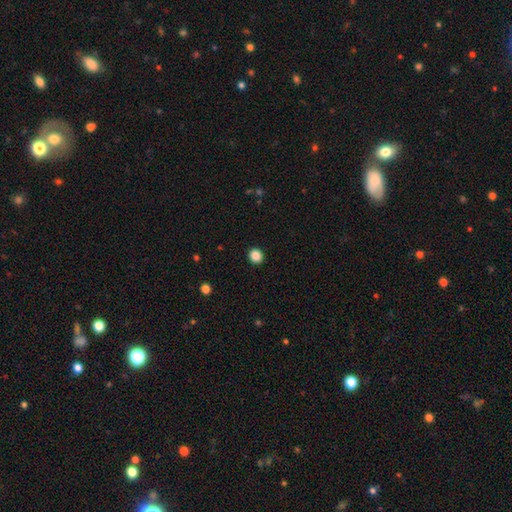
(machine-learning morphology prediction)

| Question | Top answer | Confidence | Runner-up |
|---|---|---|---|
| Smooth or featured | smooth | 87% | star or artifact (10%) |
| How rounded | round | 85% | in between (14%) |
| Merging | none | 93% | minor disturbance (5%) |